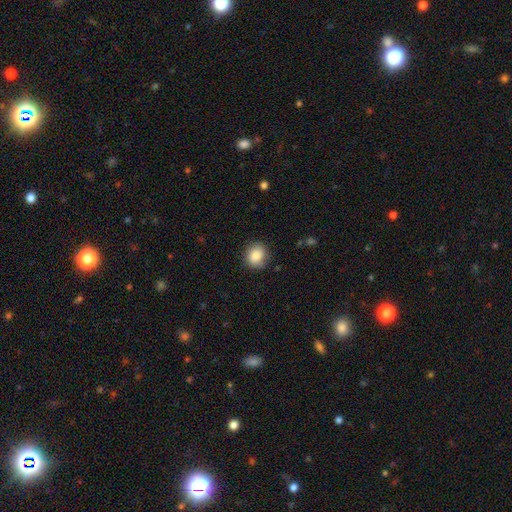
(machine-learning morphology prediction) type=smooth (84%); roundness=round (74%); merging=none (82%).